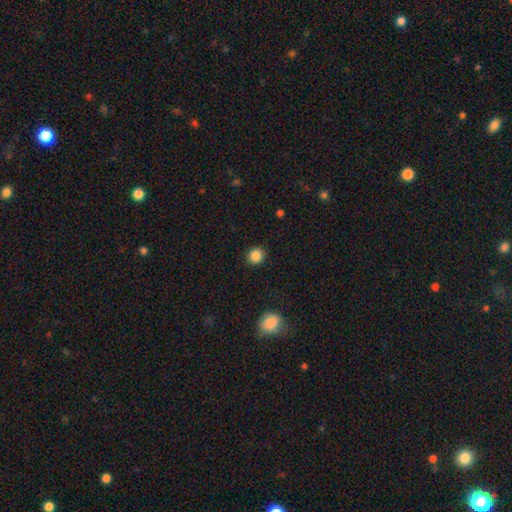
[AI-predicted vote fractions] This appears to be a smooth galaxy with no disk features (86%) that is round (86%). Merging: none (90%).